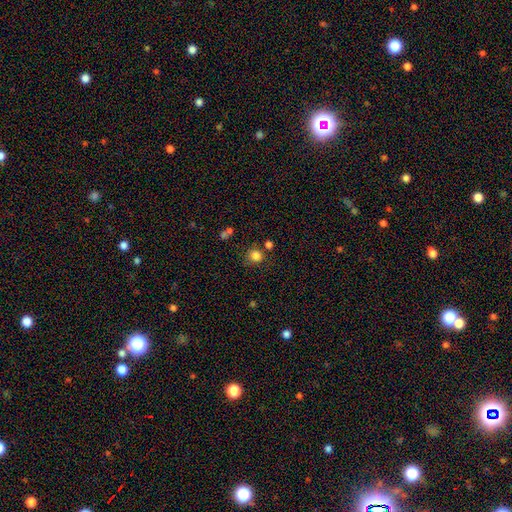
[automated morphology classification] A smooth galaxy with no disk features (83%) that is round (90%). Merging: none (76%).